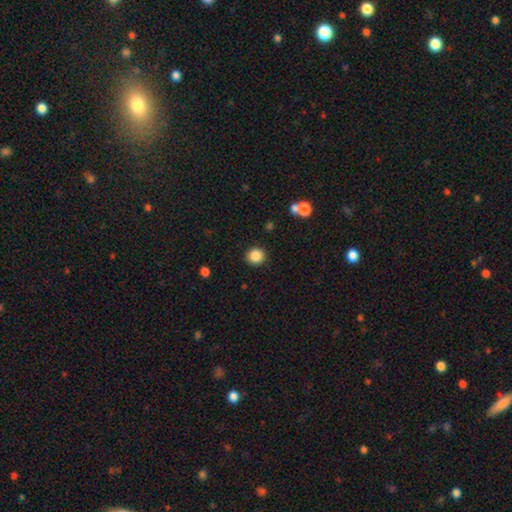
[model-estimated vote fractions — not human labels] Smooth or featured: smooth — 86% (star or artifact — 10%)
How rounded: round — 90% (in between — 9%)
Merging: none — 90% (minor disturbance — 6%)